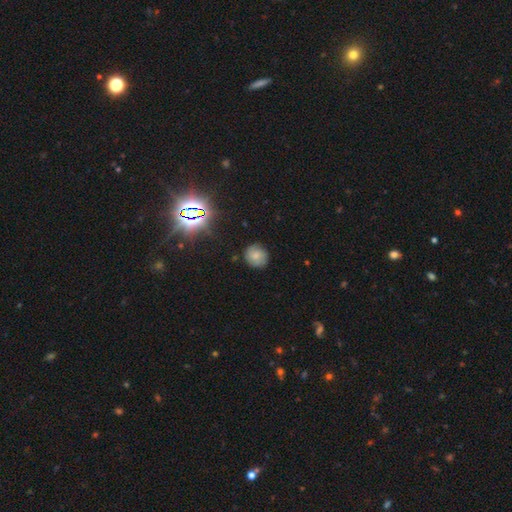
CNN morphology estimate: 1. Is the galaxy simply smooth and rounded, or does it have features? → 67% smooth, 19% featured or disk, 14% star or artifact.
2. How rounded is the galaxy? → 86% round, 13% in between, 1% cigar-shaped.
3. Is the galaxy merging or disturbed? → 83% none, 13% minor disturbance, 3% major disturbance, 1% merger.